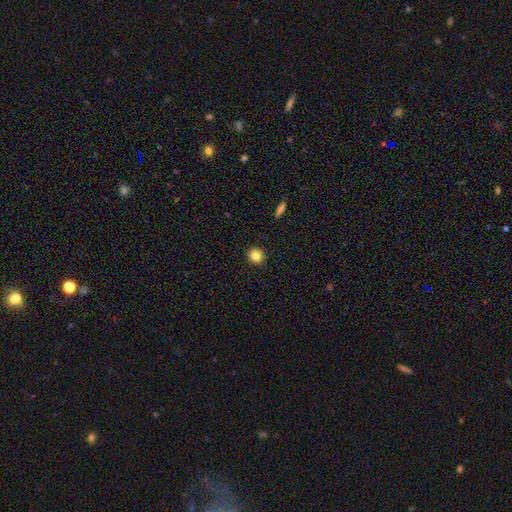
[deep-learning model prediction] Q: Smooth or featured?
A: smooth (84%); runner-up: star or artifact (11%)
Q: How rounded?
A: round (90%); runner-up: in between (9%)
Q: Merging?
A: none (92%); runner-up: minor disturbance (5%)